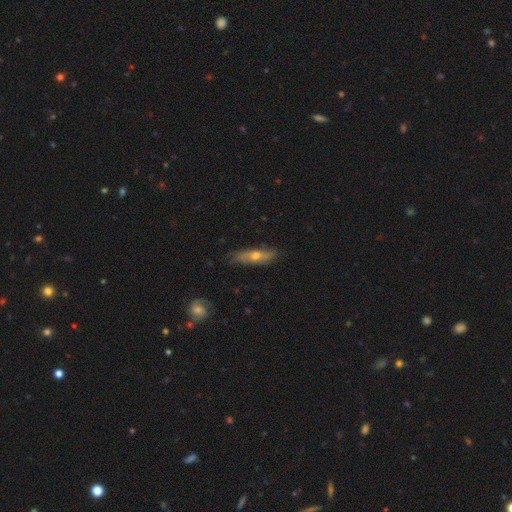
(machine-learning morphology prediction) Smooth or featured: featured or disk — 54% (smooth — 38%)
Edge-on disk: yes — 58% (no — 42%)
Merging: none — 76% (minor disturbance — 19%)